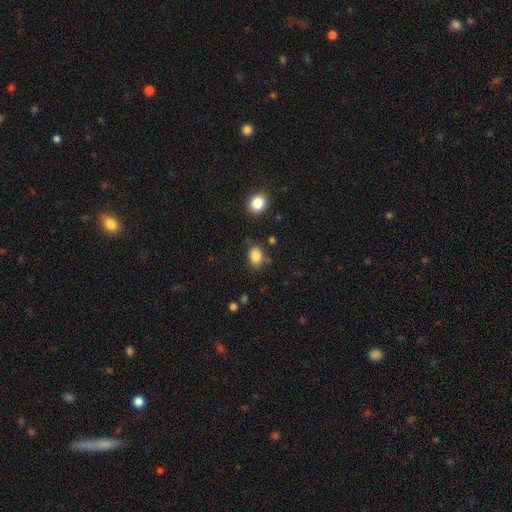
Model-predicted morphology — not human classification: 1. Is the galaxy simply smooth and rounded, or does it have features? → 85% smooth, 10% star or artifact, 5% featured or disk.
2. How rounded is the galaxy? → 75% in between, 24% round, 1% cigar-shaped.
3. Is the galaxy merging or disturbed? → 75% none, 16% minor disturbance, 5% merger, 4% major disturbance.